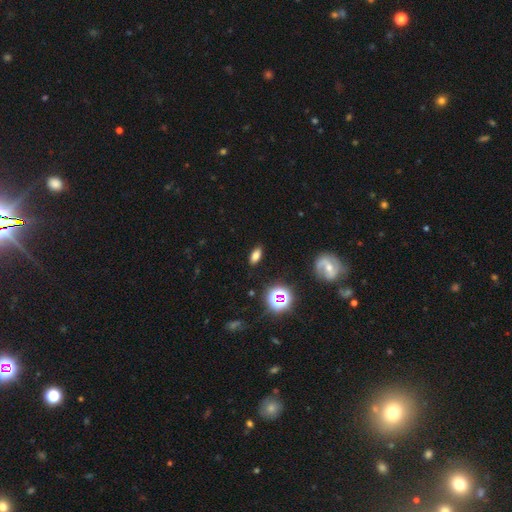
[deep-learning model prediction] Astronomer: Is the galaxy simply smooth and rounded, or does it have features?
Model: smooth — 70%.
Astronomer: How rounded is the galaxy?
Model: in between — 82%.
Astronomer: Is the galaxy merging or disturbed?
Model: none — 88%.